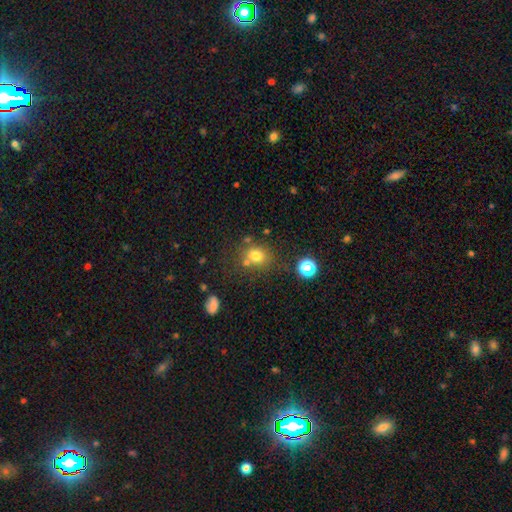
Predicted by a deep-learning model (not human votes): The model was most divided on "how rounded": round: 68%, in between: 31%, cigar-shaped: 1%. More confident: smooth or featured — smooth (76%); merging — none (68%).